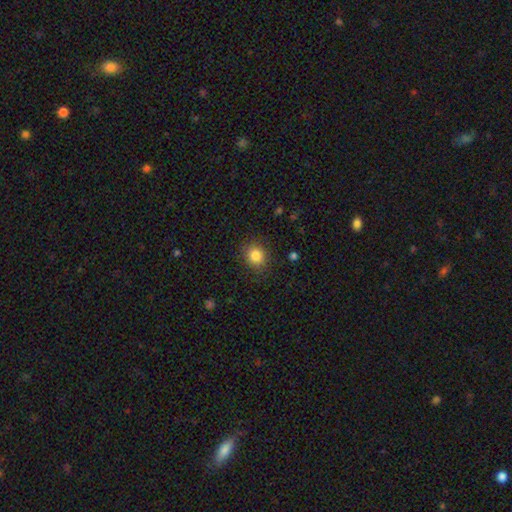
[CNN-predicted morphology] The model was most divided on "how rounded": round: 82%, in between: 17%, cigar-shaped: 1%. More confident: merging — none (86%); smooth or featured — smooth (85%).